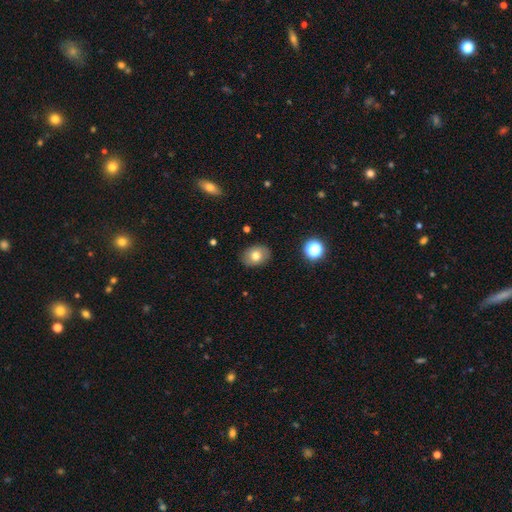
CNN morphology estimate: This appears to be a smooth galaxy with no disk features (75%) that is in between round and cigar-shaped (64%). Merging: none (87%).